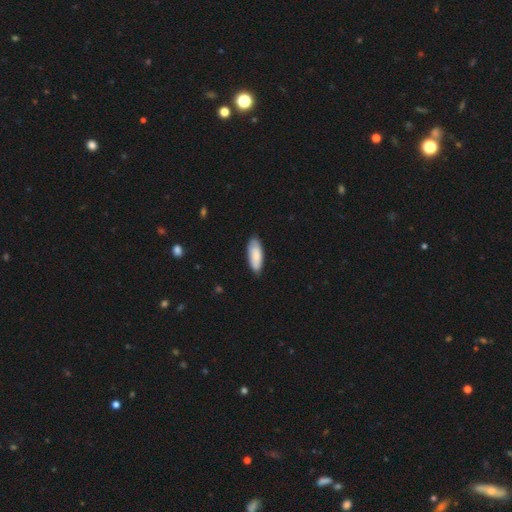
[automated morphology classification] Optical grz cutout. It shows a smooth galaxy with no disk features (84%) that is in between round and cigar-shaped (76%). Merging: none (79%).